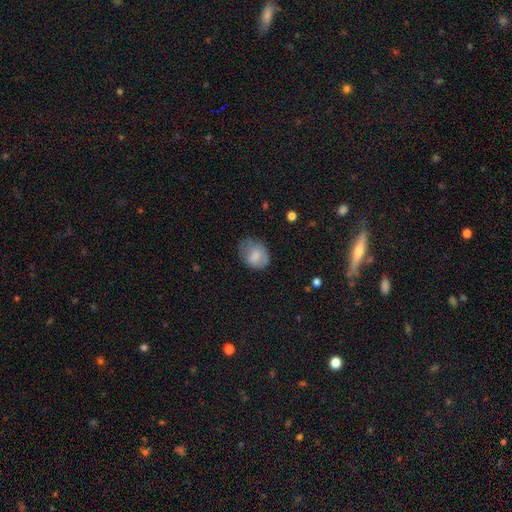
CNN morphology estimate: This appears to be a smooth galaxy with no disk features (76%) that is in between round and cigar-shaped (58%). Merging: none (58%).